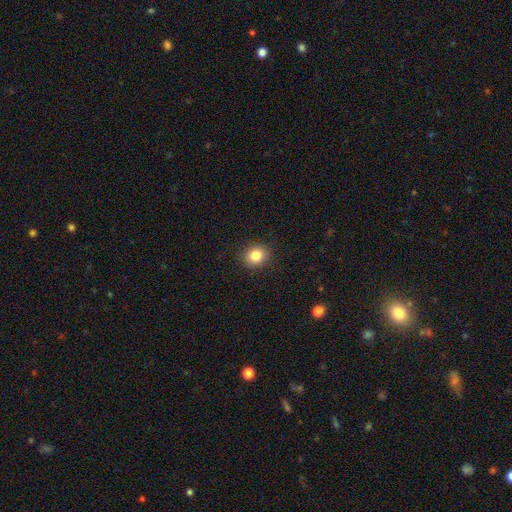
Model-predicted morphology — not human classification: A smooth galaxy with no disk features (84%) that is round (70%).

Vote fractions:
- Smooth or featured? smooth: 84% / star or artifact: 10% / featured or disk: 6%
- How rounded? round: 70% / in between: 29% / cigar-shaped: 1%
- Merging? none: 90% / minor disturbance: 7% / major disturbance: 2% / merger: 1%